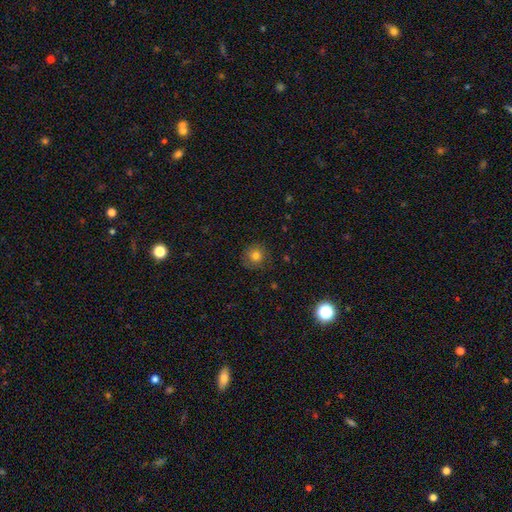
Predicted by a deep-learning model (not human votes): Smooth or featured? smooth (78%)
How rounded? round (92%)
Merging? none (85%)